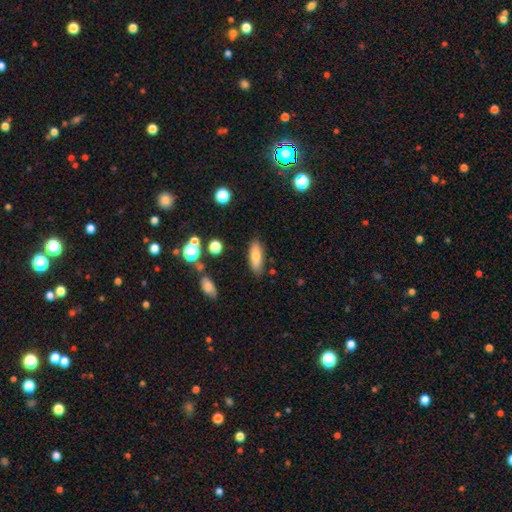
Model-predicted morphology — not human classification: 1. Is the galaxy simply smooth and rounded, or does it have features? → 76% smooth, 16% featured or disk, 8% star or artifact.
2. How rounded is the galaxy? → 59% in between, 38% cigar-shaped, 3% round.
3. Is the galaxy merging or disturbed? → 83% none, 12% minor disturbance, 3% major disturbance, 3% merger.